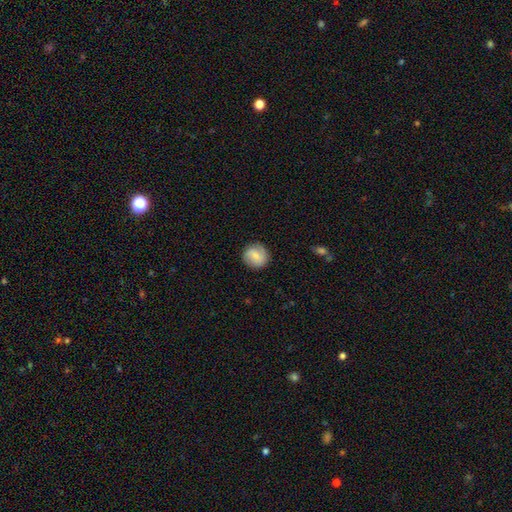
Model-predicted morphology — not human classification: This appears to be a smooth galaxy with no disk features (74%) that is round (91%). Merging: none (87%).